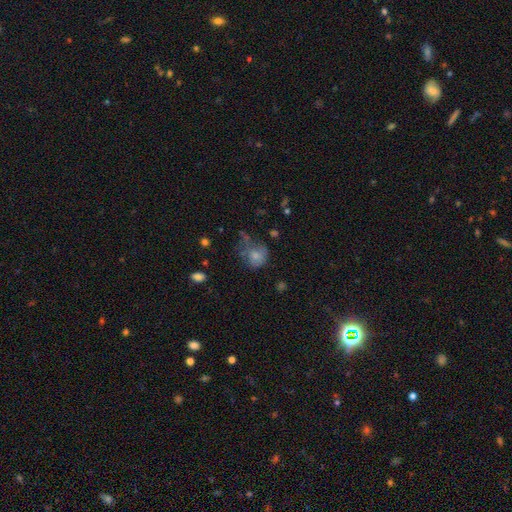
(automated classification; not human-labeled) Overall: smooth (71%). How rounded: round (64%; in between 35%). Merging: none (36%; minor disturbance 28%).